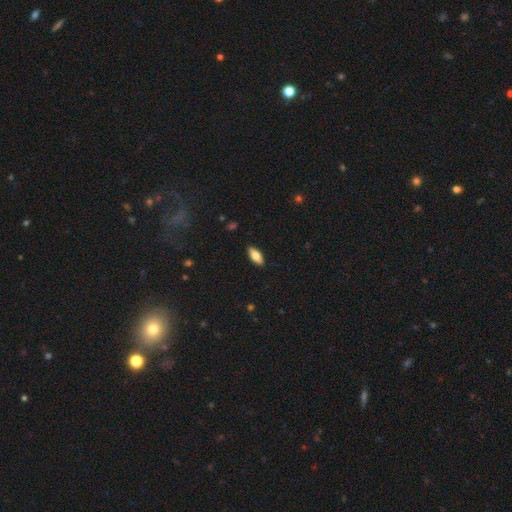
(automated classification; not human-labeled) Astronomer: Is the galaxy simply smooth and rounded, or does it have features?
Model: smooth — 73%.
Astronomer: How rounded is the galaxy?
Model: in between — 80%.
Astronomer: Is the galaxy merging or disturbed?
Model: none — 89%.